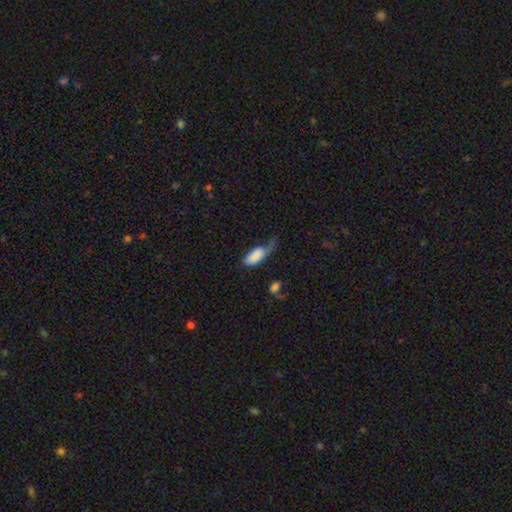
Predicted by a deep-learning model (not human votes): Smooth or featured? Predicted: smooth (p=0.82). How rounded? Predicted: in between (p=0.85). Merging? Predicted: major disturbance (p=0.36).